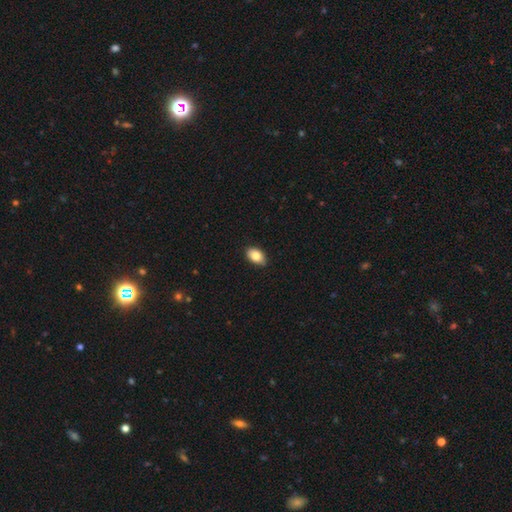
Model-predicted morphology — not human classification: Smooth or featured? Predicted: smooth (p=0.85). How rounded? Predicted: in between (p=0.90). Merging? Predicted: none (p=0.86).